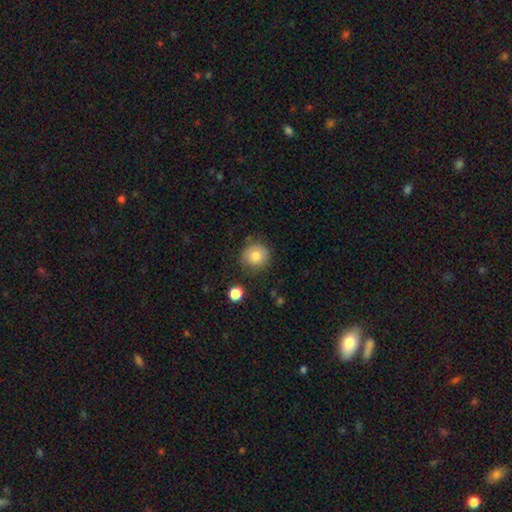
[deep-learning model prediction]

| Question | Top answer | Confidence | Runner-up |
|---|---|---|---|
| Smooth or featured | smooth | 81% | star or artifact (10%) |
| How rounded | round | 92% | in between (8%) |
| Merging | none | 82% | minor disturbance (12%) |